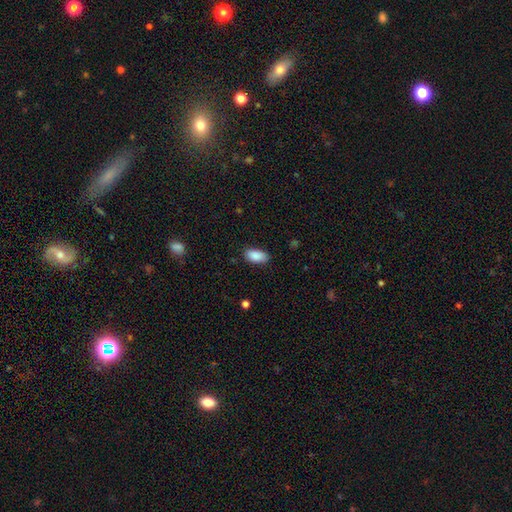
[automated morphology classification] type=smooth (89%); roundness=in between (92%); merging=none (85%).